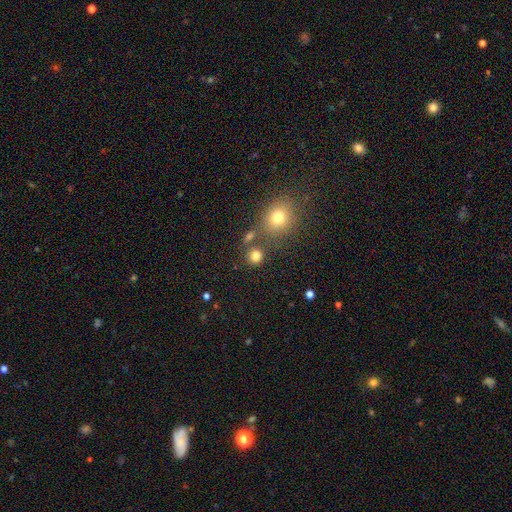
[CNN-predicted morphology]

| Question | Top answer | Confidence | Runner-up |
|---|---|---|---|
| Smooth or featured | smooth | 79% | star or artifact (15%) |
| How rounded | round | 87% | in between (12%) |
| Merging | none | 74% | merger (13%) |